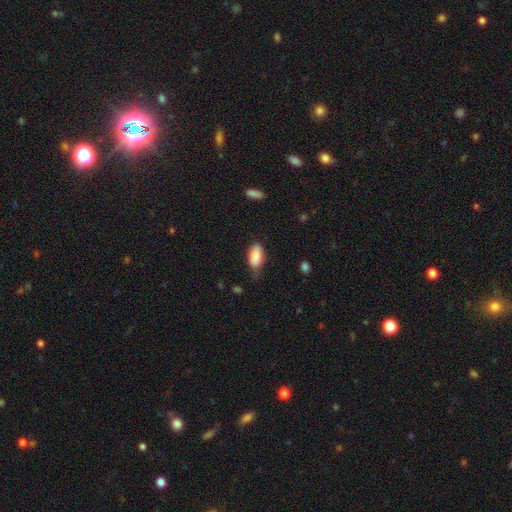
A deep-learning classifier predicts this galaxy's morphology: smooth 85%, featured or disk 8%, star or artifact 7%. Down the decision tree: how rounded — in between (91%); merging — none (59%).